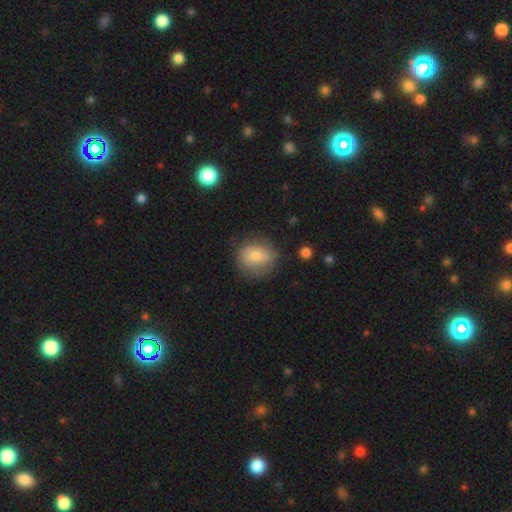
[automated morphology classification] Smooth or featured?
  - smooth: 64% *
  - featured or disk: 28%
  - star or artifact: 9%
How rounded?
  - round: 74% *
  - in between: 25%
  - cigar-shaped: 1%
Merging?
  - none: 70% *
  - minor disturbance: 22%
  - major disturbance: 7%
  - merger: 2%